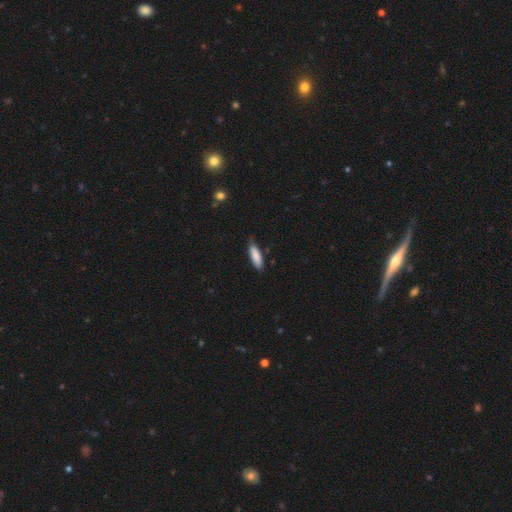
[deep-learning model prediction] Q: Smooth or featured?
A: smooth (86%); runner-up: featured or disk (8%)
Q: How rounded?
A: cigar-shaped (52%); runner-up: in between (47%)
Q: Merging?
A: none (76%); runner-up: minor disturbance (20%)